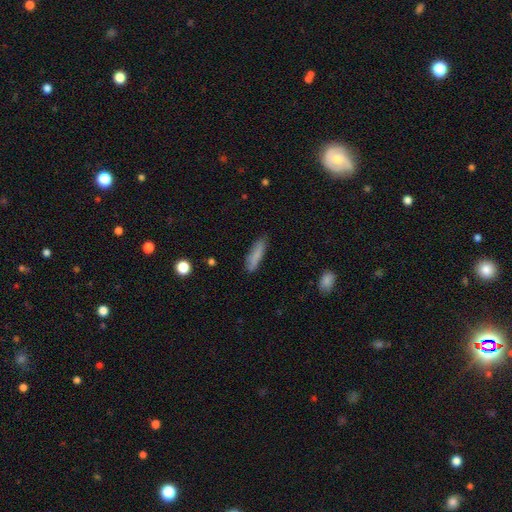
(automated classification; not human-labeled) Morphology: type=smooth (81%); roundness=cigar-shaped (73%); merging=none (81%).